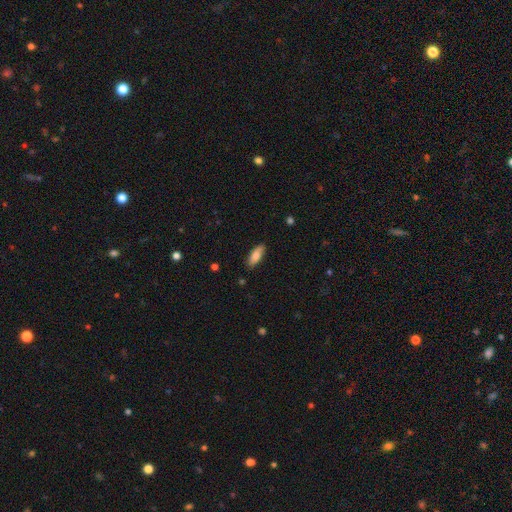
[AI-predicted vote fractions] Smooth or featured? Predicted: smooth (p=0.79). How rounded? Predicted: in between (p=0.72). Merging? Predicted: none (p=0.86).